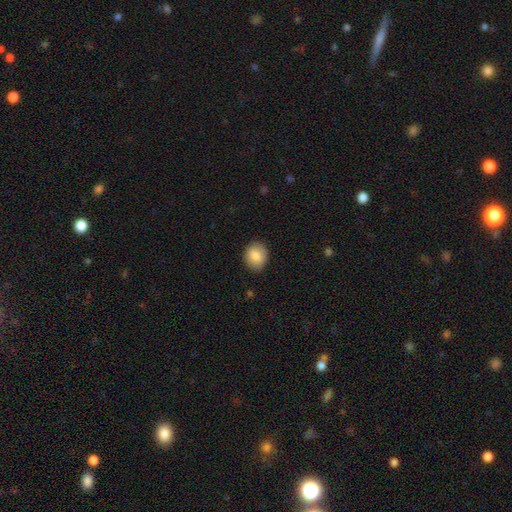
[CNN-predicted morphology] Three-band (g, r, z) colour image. It shows a smooth galaxy with no disk features (85%) that is round (57%). Merging: none (87%).